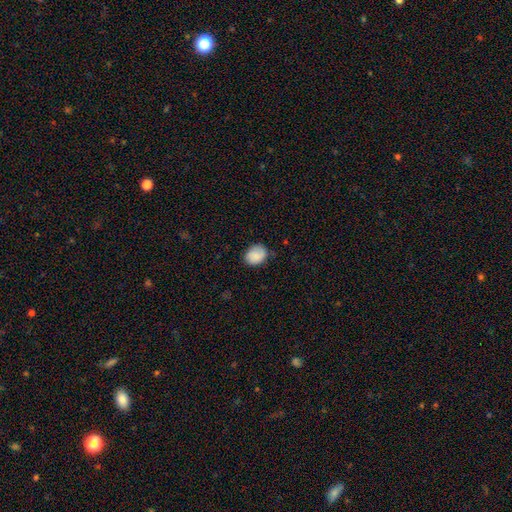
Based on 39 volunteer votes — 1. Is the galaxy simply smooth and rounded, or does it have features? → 79% smooth, 10% featured or disk, 10% star or artifact.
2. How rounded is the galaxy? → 71% in between, 26% round, 3% cigar-shaped.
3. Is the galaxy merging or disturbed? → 71% none, 20% minor disturbance, 6% major disturbance, 3% merger.